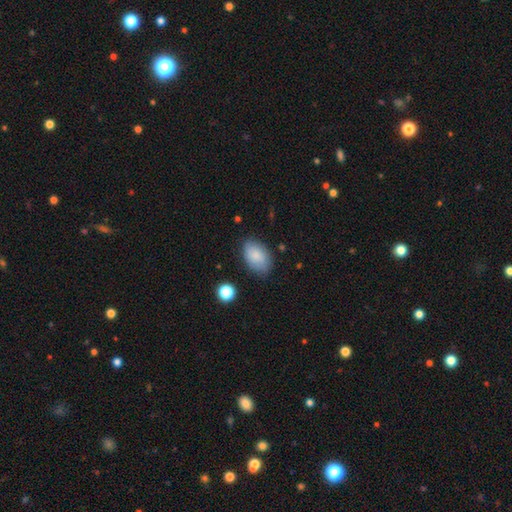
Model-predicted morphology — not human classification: Q: Smooth or featured?
A: smooth (84%); runner-up: featured or disk (9%)
Q: How rounded?
A: in between (90%); runner-up: round (9%)
Q: Merging?
A: none (77%); runner-up: minor disturbance (17%)